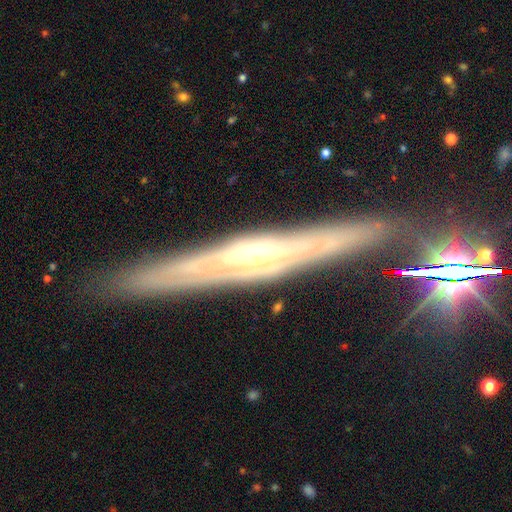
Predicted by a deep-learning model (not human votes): A featured or disk galaxy (80%) viewed edge-on (91%) with a rounded central bulge (59%).

Vote fractions:
- Smooth or featured? featured or disk: 80% / smooth: 11% / star or artifact: 9%
- Edge-on disk? yes: 91% / no: 9%
- Edge-on bulge? rounded: 59% / none: 29% / boxy: 13%
- Merging? none: 88% / minor disturbance: 9% / major disturbance: 2% / merger: 2%